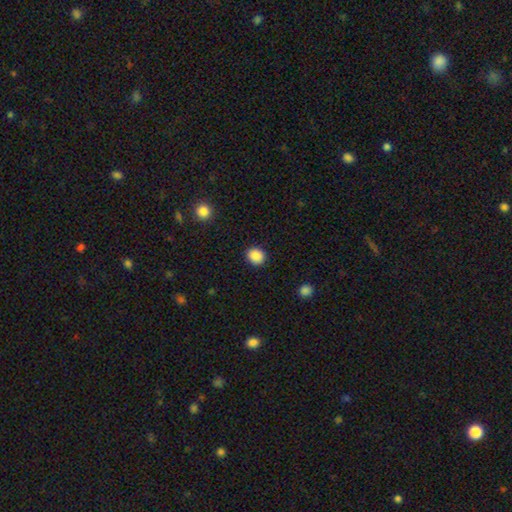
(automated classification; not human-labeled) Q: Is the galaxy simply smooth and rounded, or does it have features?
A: smooth — 89%.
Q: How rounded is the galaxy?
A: round — 73%.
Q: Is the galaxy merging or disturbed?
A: none — 91%.